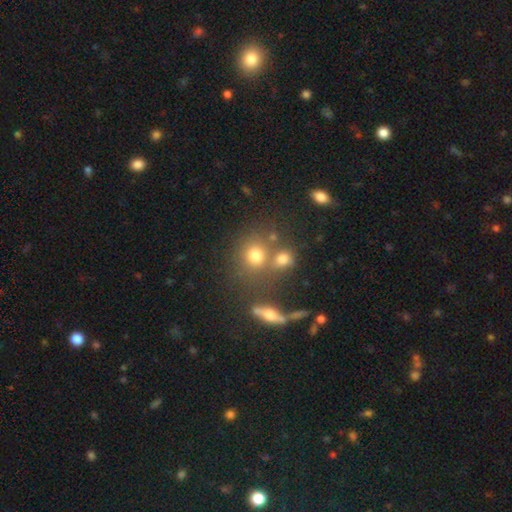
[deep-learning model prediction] Smooth or featured? Predicted: smooth (p=0.71). How rounded? Predicted: round (p=0.77). Merging? Predicted: none (p=0.58).